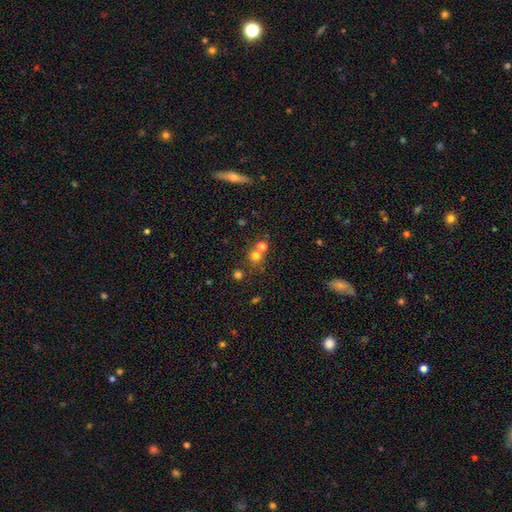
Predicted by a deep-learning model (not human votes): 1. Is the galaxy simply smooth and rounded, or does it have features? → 68% smooth, 21% star or artifact, 11% featured or disk.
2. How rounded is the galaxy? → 87% round, 12% in between, 1% cigar-shaped.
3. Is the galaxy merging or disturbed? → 56% none, 33% merger, 7% minor disturbance, 4% major disturbance.